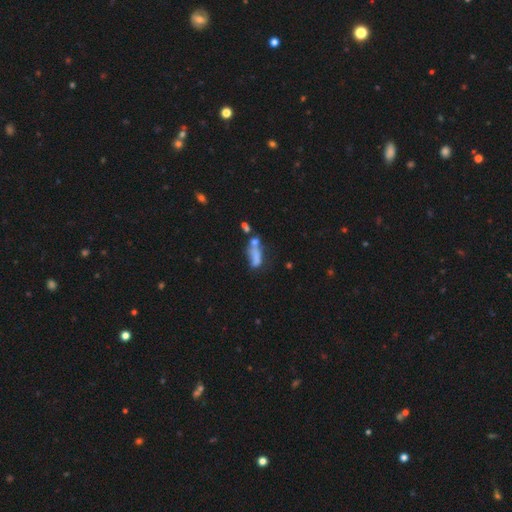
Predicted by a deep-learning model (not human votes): Smooth or featured: smooth — 55% (featured or disk — 31%)
How rounded: in between — 69% (cigar-shaped — 25%)
Merging: merger — 36% (major disturbance — 25%)